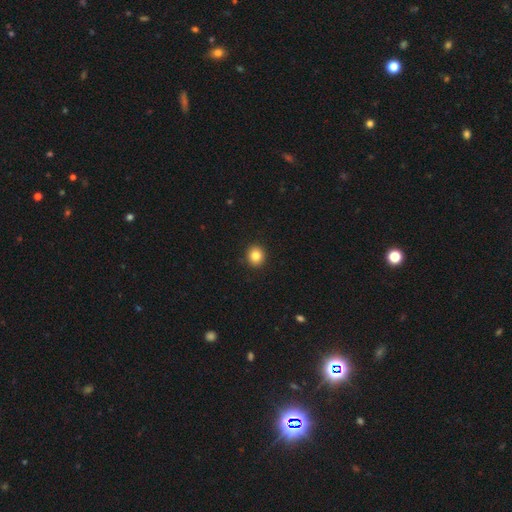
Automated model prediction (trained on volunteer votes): Smooth or featured? smooth (84%)
How rounded? round (85%)
Merging? none (93%)